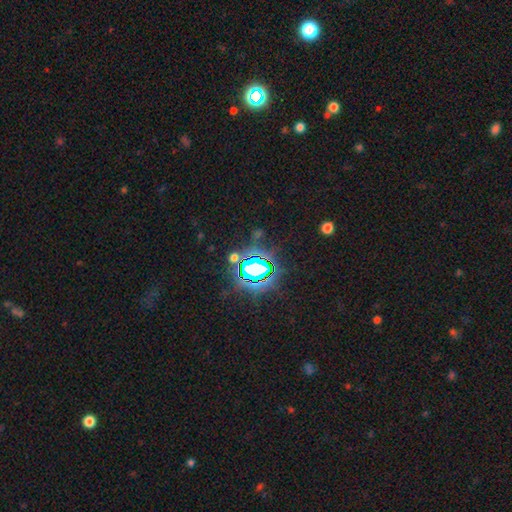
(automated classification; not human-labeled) Smooth or featured? Predicted: star or artifact (p=0.82).